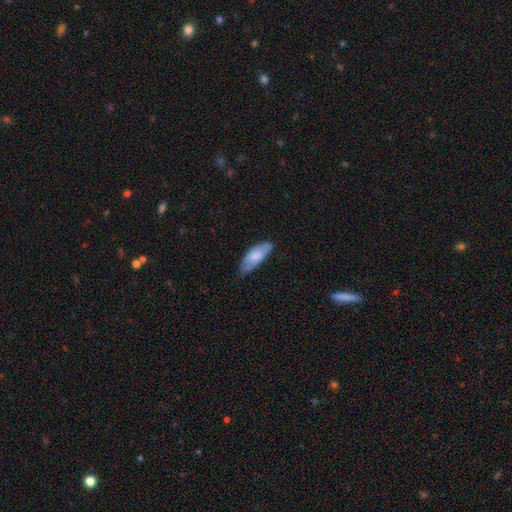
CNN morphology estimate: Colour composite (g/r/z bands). It shows a smooth galaxy with no disk features (69%) that is in between round and cigar-shaped (74%). Merging: none (62%).